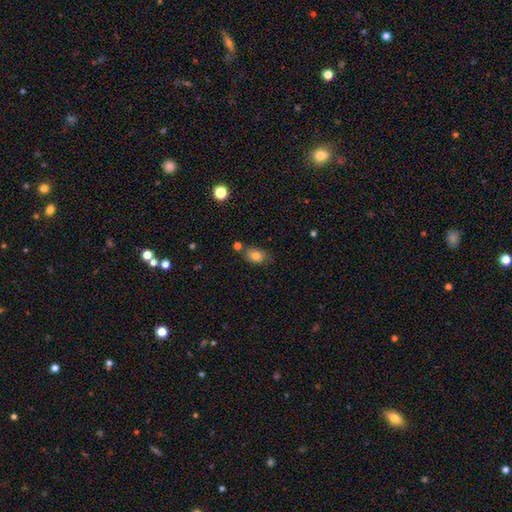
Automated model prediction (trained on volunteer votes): A smooth galaxy with no disk features (80%) that is in between round and cigar-shaped (79%).

Vote fractions:
- Smooth or featured? smooth: 80% / featured or disk: 10% / star or artifact: 10%
- How rounded? in between: 79% / round: 19% / cigar-shaped: 2%
- Merging? none: 70% / minor disturbance: 18% / merger: 8% / major disturbance: 4%